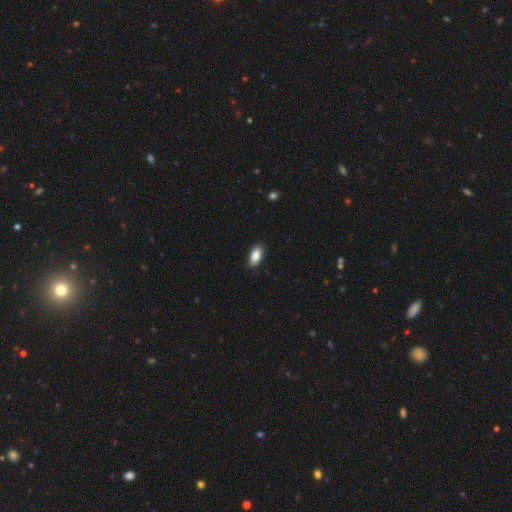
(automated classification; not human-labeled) Smooth or featured? smooth (87%)
How rounded? in between (89%)
Merging? none (84%)